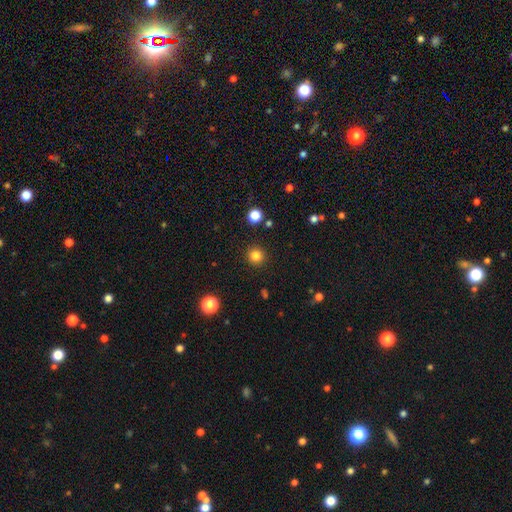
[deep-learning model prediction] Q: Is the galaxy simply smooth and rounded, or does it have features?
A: smooth — 83%.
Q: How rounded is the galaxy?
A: round — 94%.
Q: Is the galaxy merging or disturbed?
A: none — 92%.